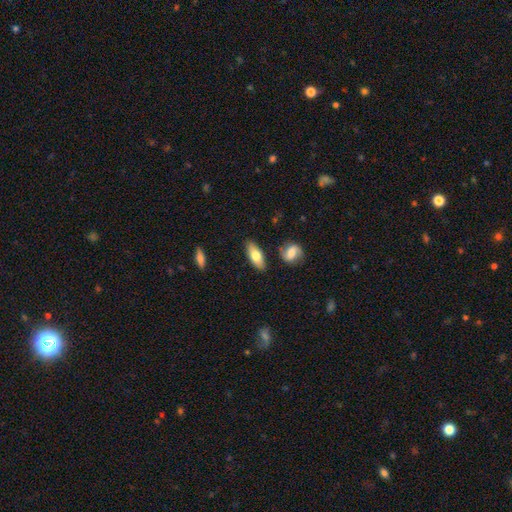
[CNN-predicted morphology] Smooth or featured? Predicted: smooth (p=0.71). How rounded? Predicted: in between (p=0.76). Merging? Predicted: none (p=0.82).